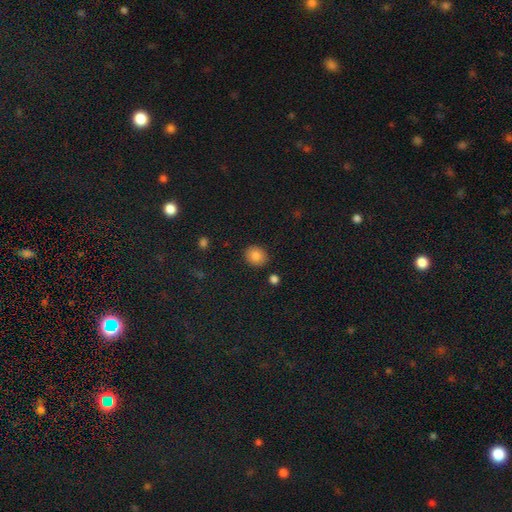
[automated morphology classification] smooth_or_featured: smooth (p=0.84) [alt: star or artifact p=0.09]
how_rounded: round (p=0.64) [alt: in between p=0.35]
merging: none (p=0.87) [alt: minor disturbance p=0.08]